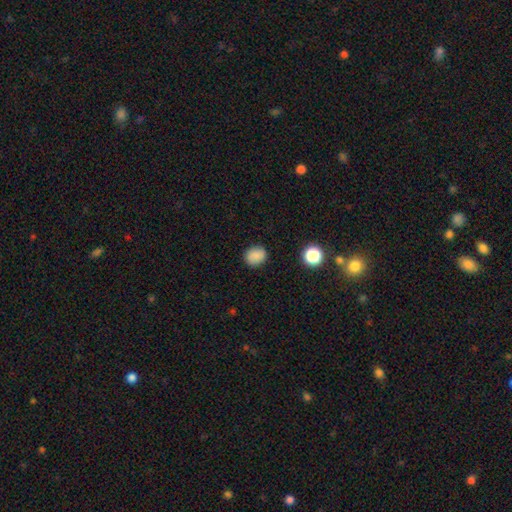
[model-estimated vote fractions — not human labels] smooth_or_featured: smooth (p=0.85) [alt: star or artifact p=0.11]
how_rounded: round (p=0.72) [alt: in between p=0.27]
merging: none (p=0.87) [alt: minor disturbance p=0.09]